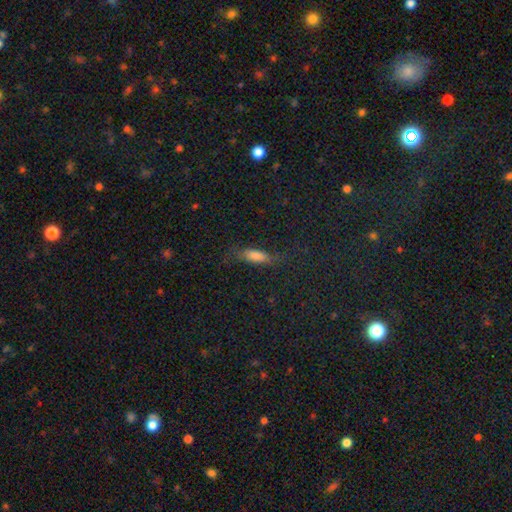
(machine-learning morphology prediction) A smooth galaxy with no disk features (62%) that is cigar-shaped (55%). Merging: none (70%).